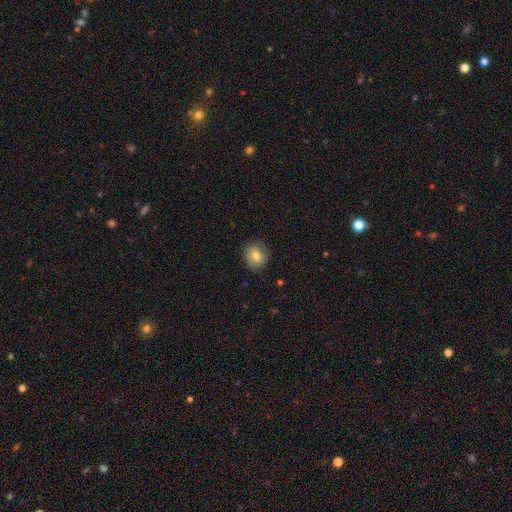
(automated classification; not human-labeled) Morphology: type=smooth (74%); roundness=round (78%); merging=none (82%).